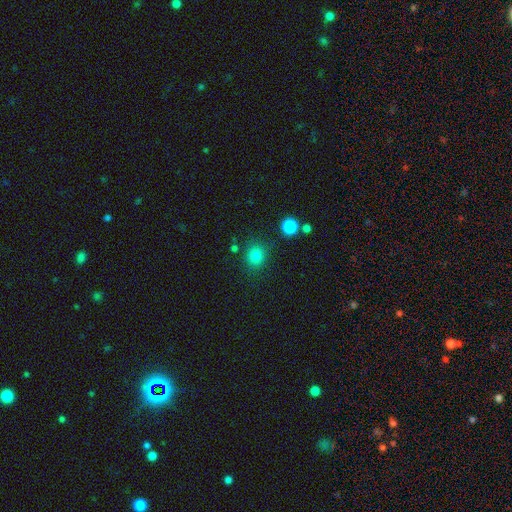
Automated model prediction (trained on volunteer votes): Smooth or featured? smooth (81%)
How rounded? round (81%)
Merging? none (83%)